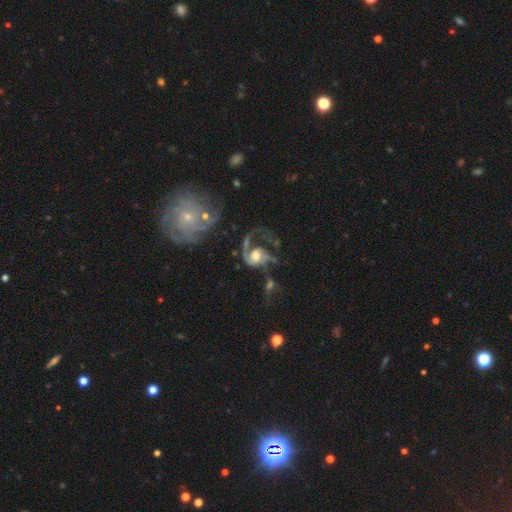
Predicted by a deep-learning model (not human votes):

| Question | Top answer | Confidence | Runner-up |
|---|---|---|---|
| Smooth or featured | featured or disk | 84% | smooth (10%) |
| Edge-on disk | no | 98% | yes (2%) |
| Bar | no | 64% | weak (28%) |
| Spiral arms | yes | 92% | no (8%) |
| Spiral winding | medium | 44% | loose (39%) |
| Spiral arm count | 2 | 55% | 1 (28%) |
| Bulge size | moderate | 51% | large (32%) |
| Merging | major disturbance | 41% | none (28%) |